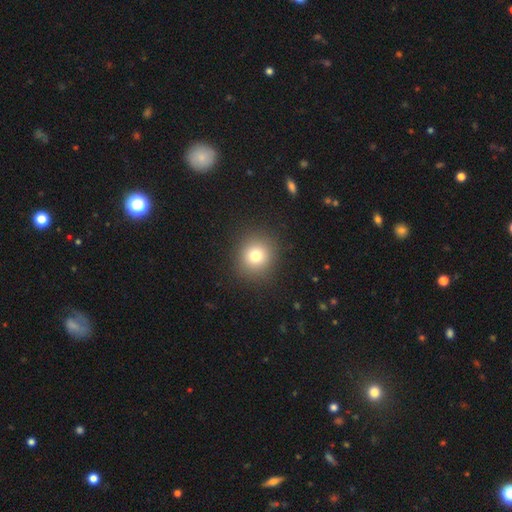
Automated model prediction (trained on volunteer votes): Smooth or featured? Predicted: smooth (p=0.77). How rounded? Predicted: round (p=0.89). Merging? Predicted: none (p=0.90).